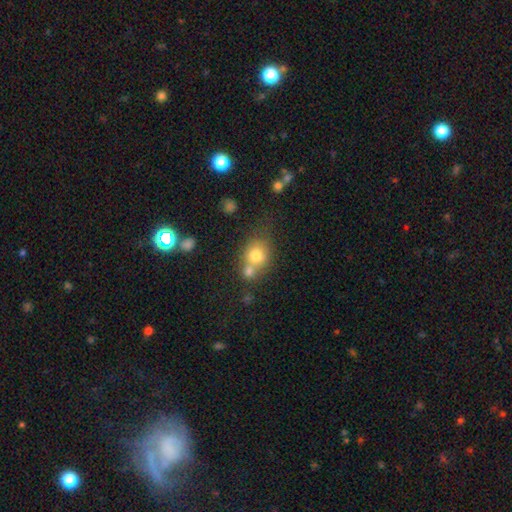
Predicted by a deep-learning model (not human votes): The model was most divided on "merging": merger: 44%, none: 41%, minor disturbance: 11%, major disturbance: 4%. More confident: smooth or featured — smooth (74%); how rounded — round (70%).